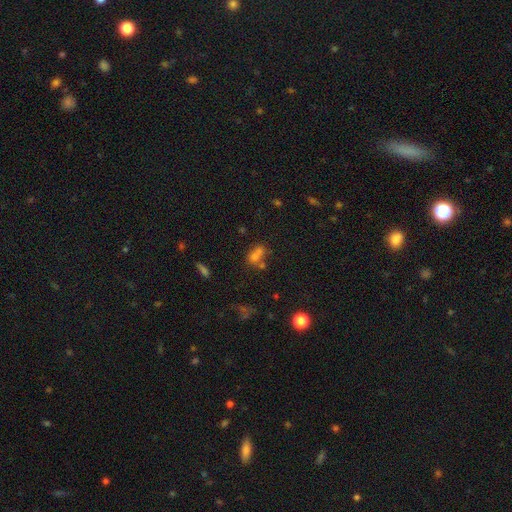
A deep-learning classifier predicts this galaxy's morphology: smooth_or_featured: smooth (p=0.62) [alt: star or artifact p=0.20]
how_rounded: round (p=0.56) [alt: in between p=0.41]
merging: merger (p=0.52) [alt: none p=0.33]